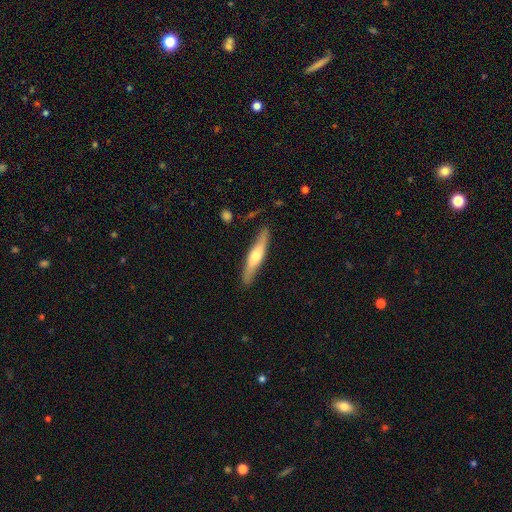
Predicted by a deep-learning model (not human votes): Overall: featured or disk (51%; smooth 44%). Edge-on disk: yes (89%). Merging: none (85%).